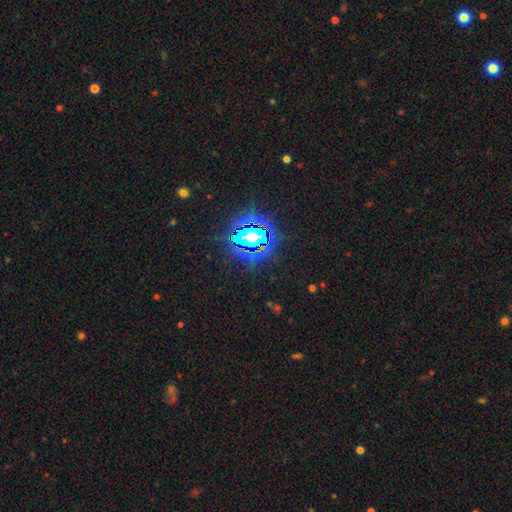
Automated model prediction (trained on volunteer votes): Morphology: type=star or artifact (85%).